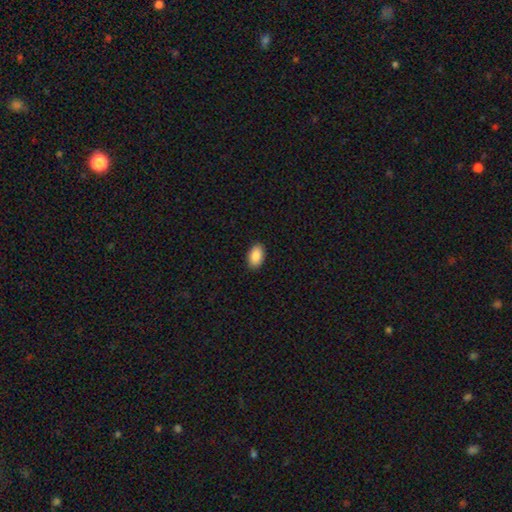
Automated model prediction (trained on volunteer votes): Q: Smooth or featured?
A: smooth (89%); runner-up: star or artifact (7%)
Q: How rounded?
A: in between (93%); runner-up: round (6%)
Q: Merging?
A: none (90%); runner-up: minor disturbance (7%)